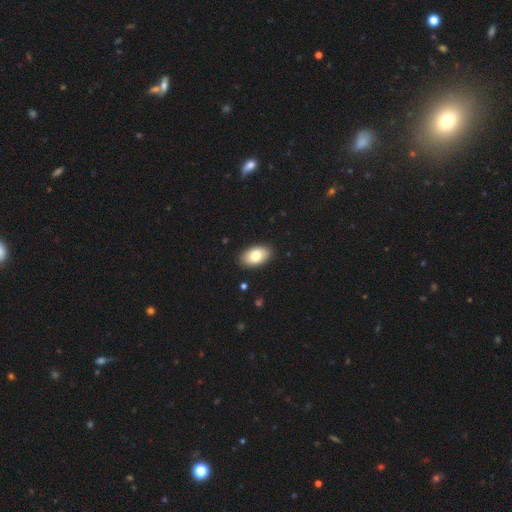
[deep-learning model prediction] A smooth galaxy with no disk features (80%) that is in between round and cigar-shaped (94%). Merging: none (89%).